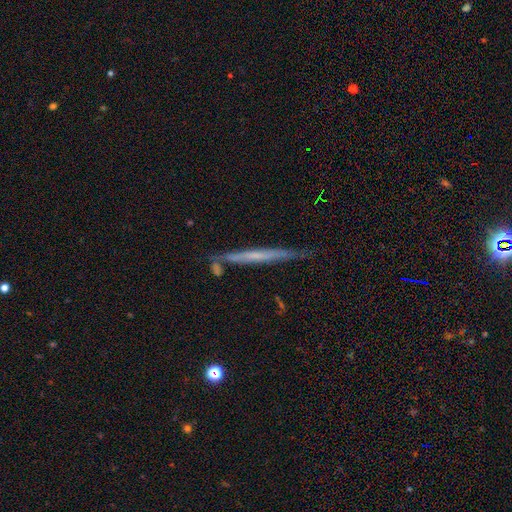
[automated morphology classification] type=featured or disk (56%); edge-on=yes (95%); edge-on bulge=none (80%); merging=none (75%).